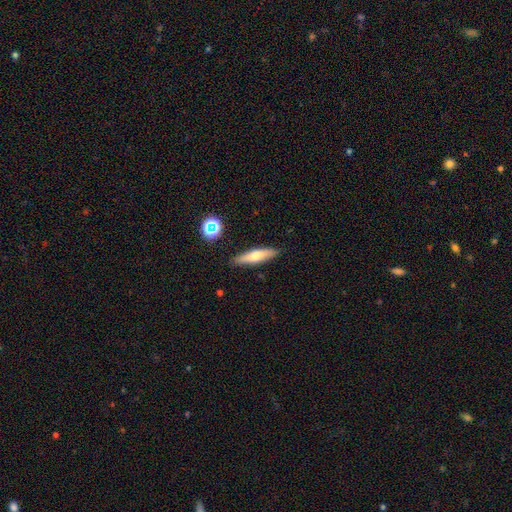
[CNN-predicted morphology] Smooth or featured?
  - smooth: 57% *
  - featured or disk: 35%
  - star or artifact: 8%
How rounded?
  - cigar-shaped: 75% *
  - in between: 23%
  - round: 2%
Merging?
  - none: 88% *
  - minor disturbance: 9%
  - major disturbance: 2%
  - merger: 2%